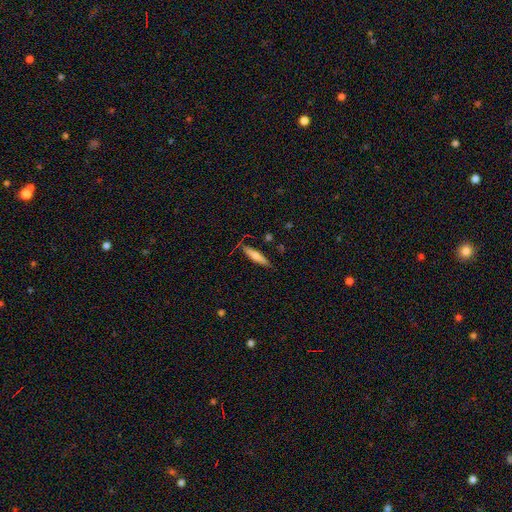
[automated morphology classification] smooth_or_featured: smooth (p=0.56) [alt: featured or disk p=0.38]
how_rounded: cigar-shaped (p=0.85) [alt: in between p=0.13]
merging: none (p=0.81) [alt: minor disturbance p=0.14]